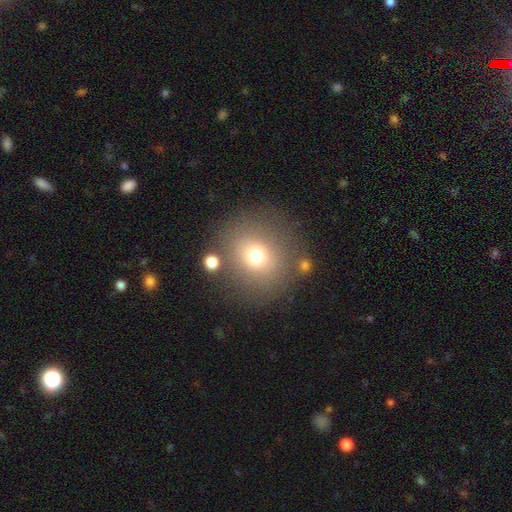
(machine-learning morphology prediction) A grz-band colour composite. It shows a smooth galaxy with no disk features (72%) that is round (79%). Merging: none (77%).